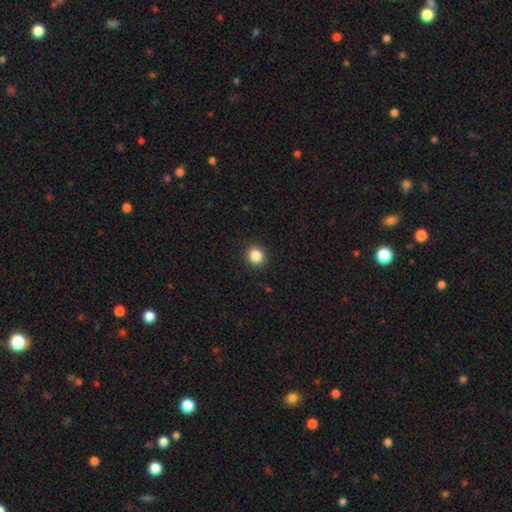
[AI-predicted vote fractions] A smooth galaxy with no disk features (86%) that is round (91%).

Vote fractions:
- Smooth or featured? smooth: 86% / star or artifact: 10% / featured or disk: 3%
- How rounded? round: 91% / in between: 8% / cigar-shaped: 1%
- Merging? none: 92% / minor disturbance: 5% / major disturbance: 2% / merger: 1%